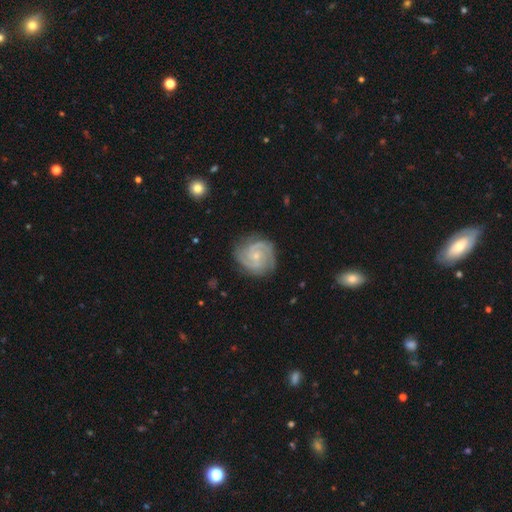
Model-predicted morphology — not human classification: Smooth or featured: featured or disk — 89% (smooth — 7%)
Edge-on disk: no — 98% (yes — 2%)
Bar: no — 66% (weak — 29%)
Spiral arms: yes — 98% (no — 2%)
Spiral winding: tight — 60% (medium — 35%)
Spiral arm count: 2 — 53% (3 — 27%)
Bulge size: small — 74% (moderate — 22%)
Merging: none — 81% (minor disturbance — 14%)